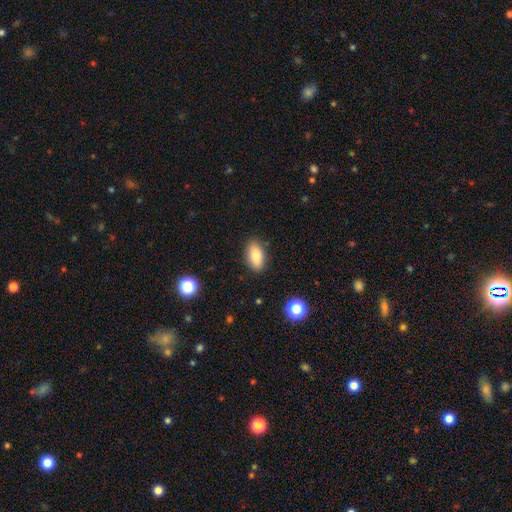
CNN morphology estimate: This appears to be a smooth galaxy with no disk features (83%) that is in between round and cigar-shaped (89%). Merging: none (86%).